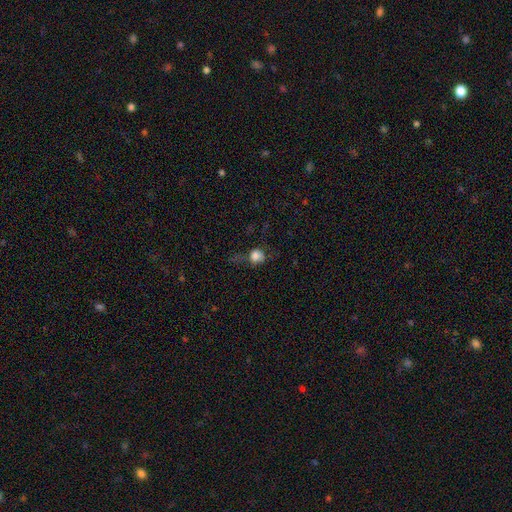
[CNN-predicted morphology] Smooth or featured? smooth (73%)
How rounded? round (72%)
Merging? none (41%)